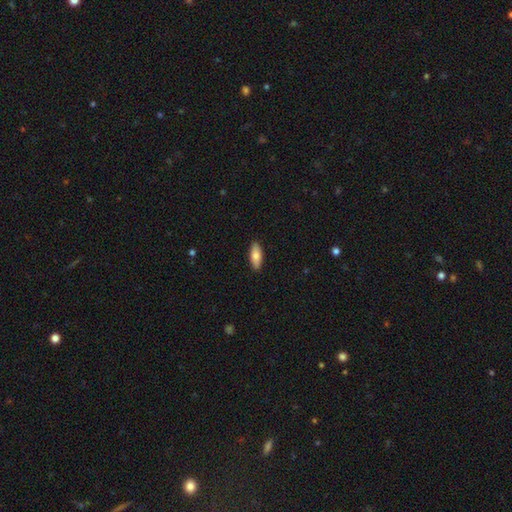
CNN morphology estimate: Smooth or featured? smooth (77%)
How rounded? in between (75%)
Merging? none (89%)